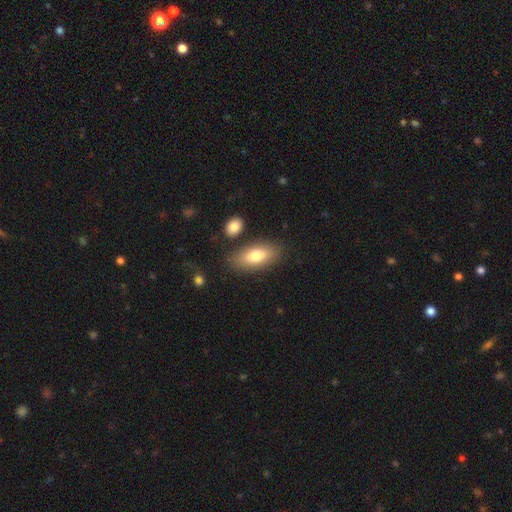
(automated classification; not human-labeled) The model was most divided on "smooth or featured": smooth: 76%, featured or disk: 17%, star or artifact: 7%. More confident: how rounded — in between (85%); merging — none (79%).